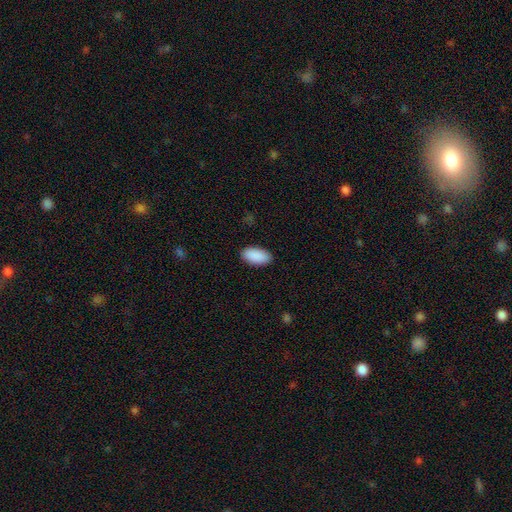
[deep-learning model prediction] This is clearly a smooth galaxy (92%). How rounded: clearly in between (95%). Merging: clearly none (90%).